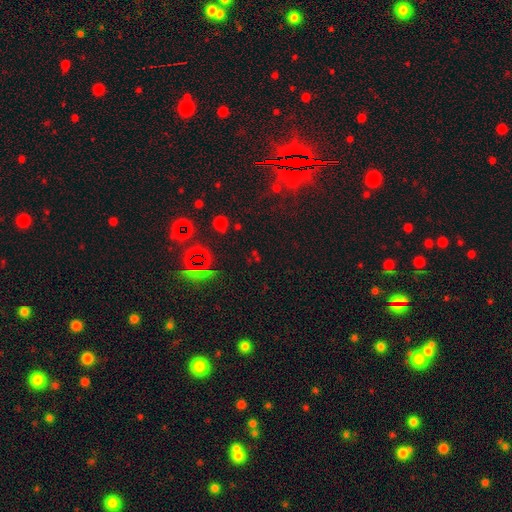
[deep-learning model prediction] Overall: star or artifact (69%).